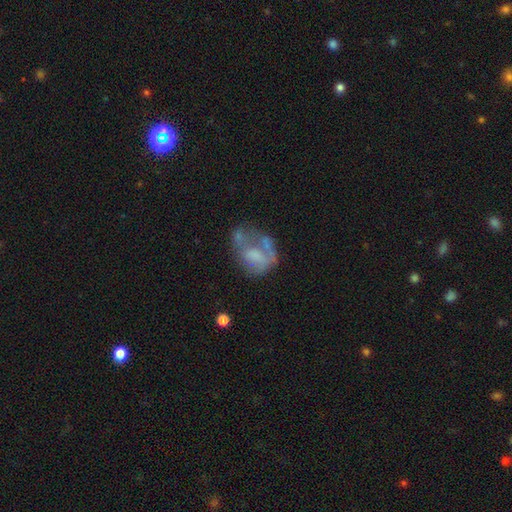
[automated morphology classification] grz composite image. It shows a featured or disk galaxy (49%). Merging: major disturbance (36%).